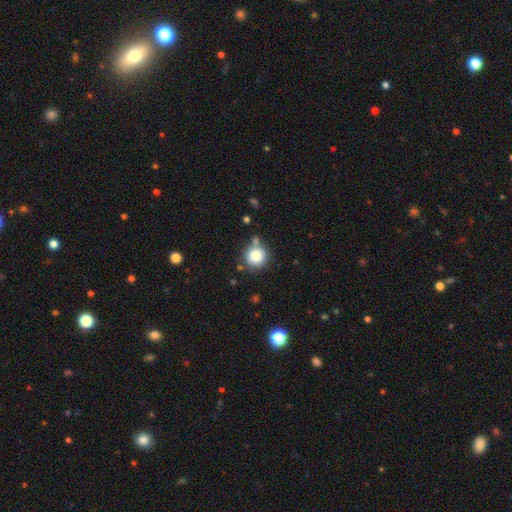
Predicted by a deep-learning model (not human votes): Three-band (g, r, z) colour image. It shows a smooth galaxy with no disk features (79%) that is round (92%). Merging: none (72%).